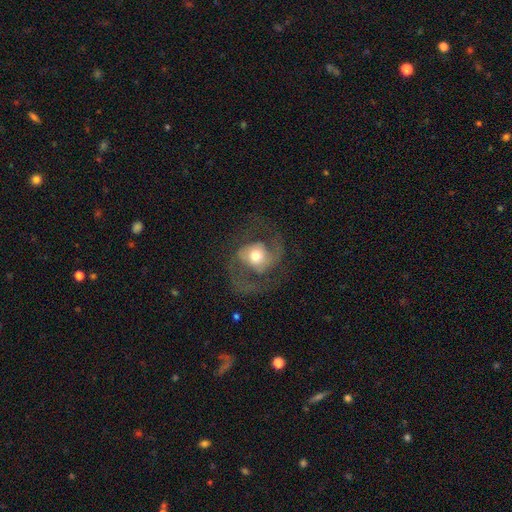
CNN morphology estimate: Smooth or featured: featured or disk — 79% (smooth — 15%)
Edge-on disk: no — 97% (yes — 3%)
Bar: no — 60% (weak — 29%)
Spiral arms: yes — 90% (no — 10%)
Spiral winding: medium — 56% (loose — 29%)
Spiral arm count: 2 — 87% (can't tell — 4%)
Bulge size: moderate — 64% (large — 24%)
Merging: none — 60% (major disturbance — 24%)